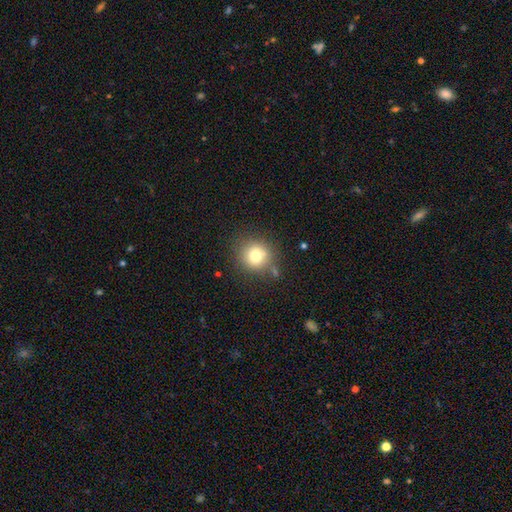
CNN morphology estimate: A smooth galaxy with no disk features (76%) that is round (89%).

Vote fractions:
- Smooth or featured? smooth: 76% / star or artifact: 13% / featured or disk: 11%
- How rounded? round: 89% / in between: 10% / cigar-shaped: 1%
- Merging? none: 77% / minor disturbance: 13% / merger: 6% / major disturbance: 4%